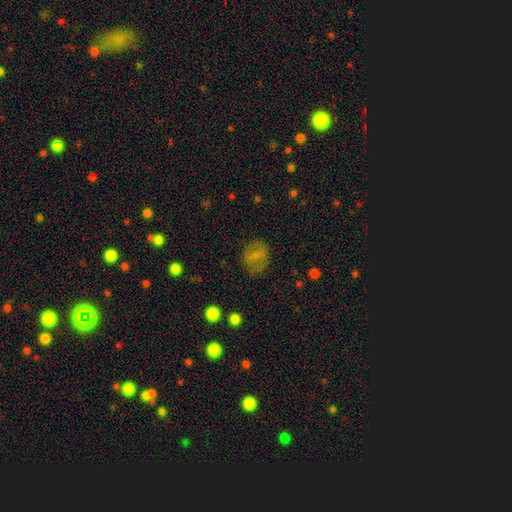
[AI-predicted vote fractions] The model was most divided on "how rounded": round: 58%, in between: 41%, cigar-shaped: 1%. More confident: merging — none (71%); smooth or featured — smooth (65%).